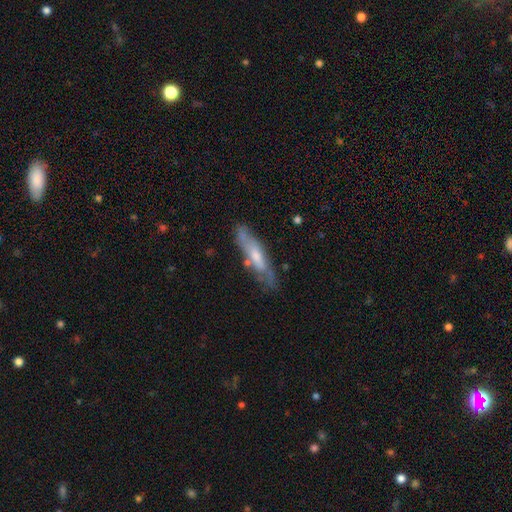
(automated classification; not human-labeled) Smooth or featured? Predicted: featured or disk (p=0.54). Edge-on disk? Predicted: yes (p=0.51). Merging? Predicted: none (p=0.68).